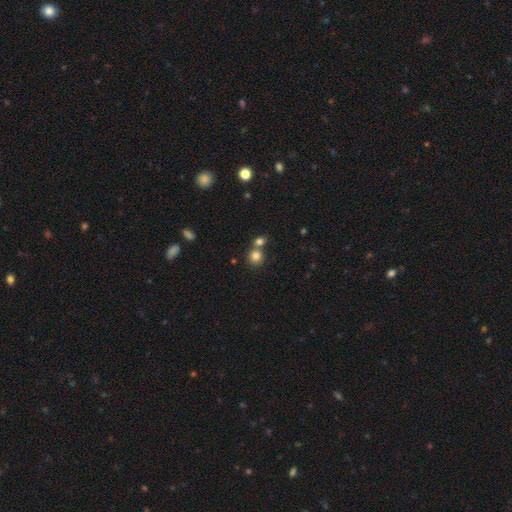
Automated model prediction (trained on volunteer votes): A smooth galaxy with no disk features (81%) that is round (87%). Merging: none (56%).